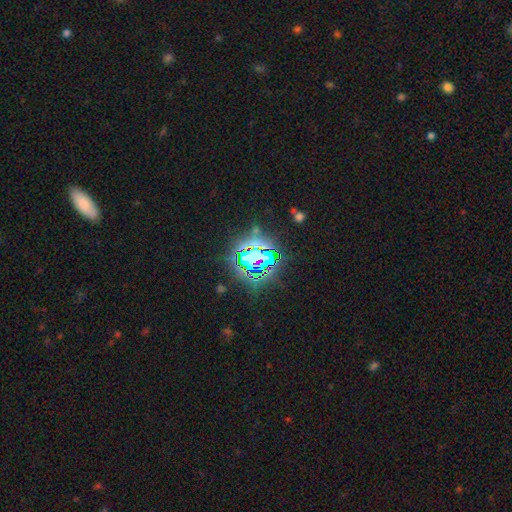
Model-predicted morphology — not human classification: Smooth or featured? star or artifact (78%)